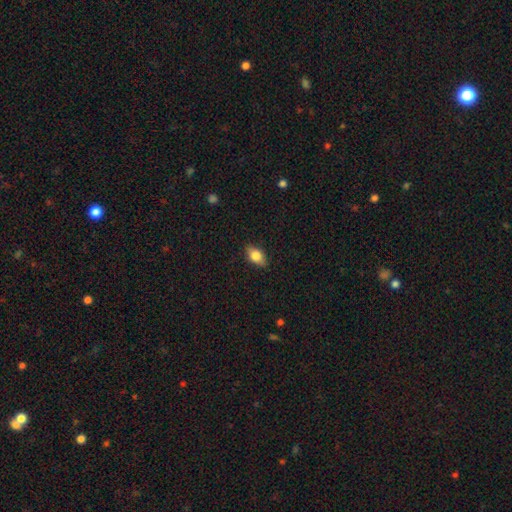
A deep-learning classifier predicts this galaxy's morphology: This appears to be a smooth galaxy with no disk features (75%) that is in between round and cigar-shaped (85%). Merging: none (85%).